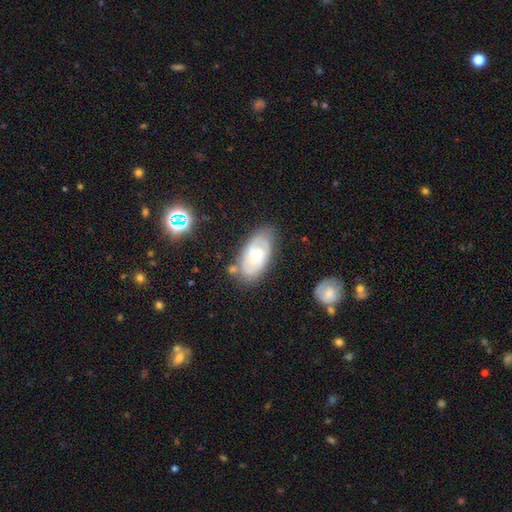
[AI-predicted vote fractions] featured or disk 67%, smooth 26%, star or artifact 7%. Down the decision tree: edge-on disk — no (94%); bar — no (66%); spiral arms — yes (81%); spiral arm count — 2 (44%); spiral winding — tight (60%); bulge size — small (59%); merging — none (69%).